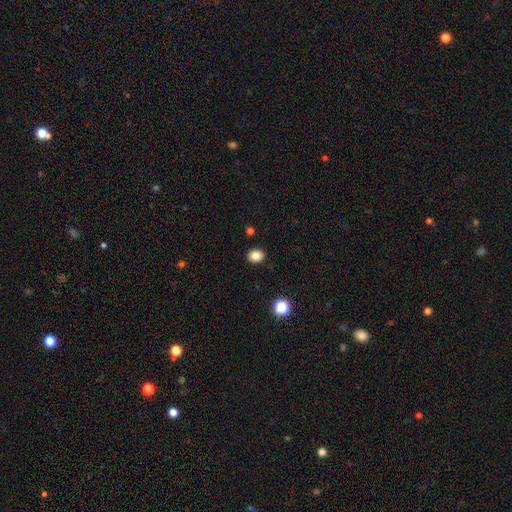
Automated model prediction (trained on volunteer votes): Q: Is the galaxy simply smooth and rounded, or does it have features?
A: smooth — 84%.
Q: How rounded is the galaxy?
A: round — 53%.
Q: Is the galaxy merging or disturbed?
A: none — 90%.